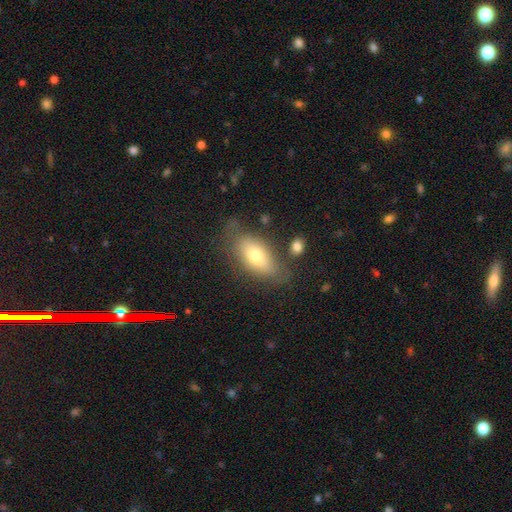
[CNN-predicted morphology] Overall: smooth (67%). How rounded: in between (85%). Merging: none (61%; minor disturbance 23%).